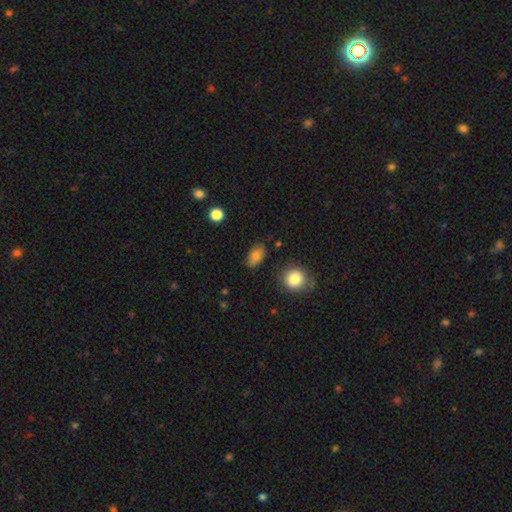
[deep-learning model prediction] Smooth or featured: smooth — 80% (featured or disk — 10%)
How rounded: in between — 85% (round — 13%)
Merging: none — 80% (minor disturbance — 14%)